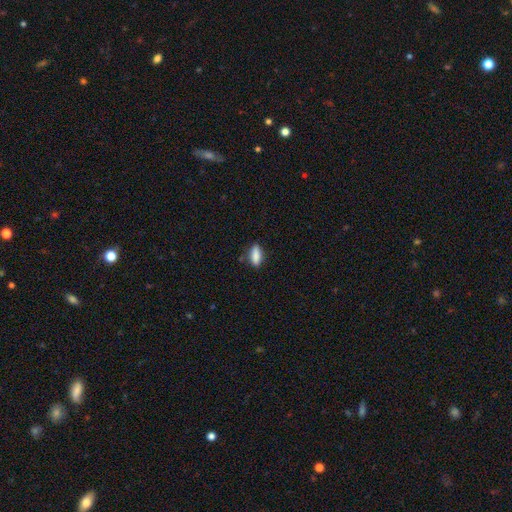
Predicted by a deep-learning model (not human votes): Smooth or featured? smooth (86%)
How rounded? in between (70%)
Merging? none (79%)